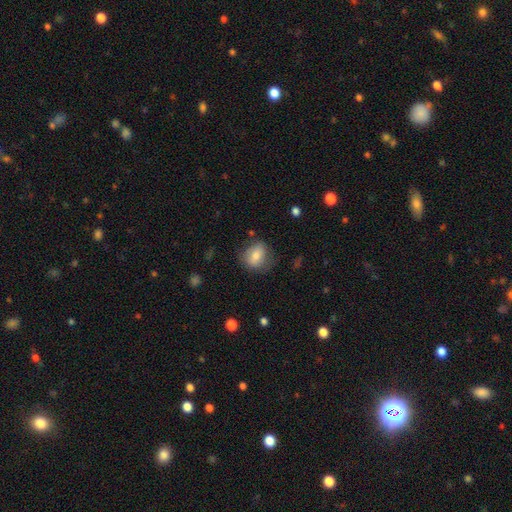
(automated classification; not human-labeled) Morphology: type=smooth (74%); roundness=round (50%); merging=none (69%).